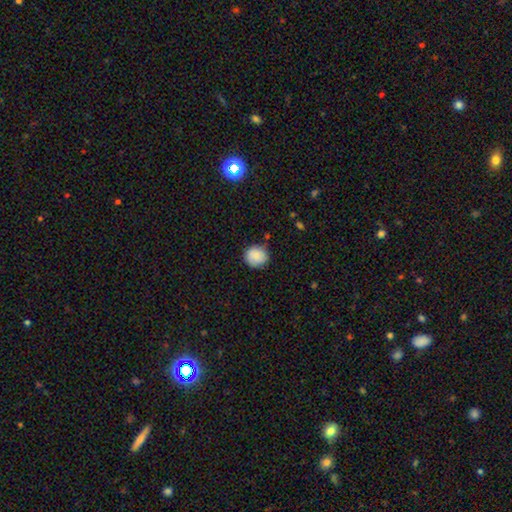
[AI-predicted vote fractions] Smooth or featured? smooth (87%)
How rounded? round (88%)
Merging? none (84%)